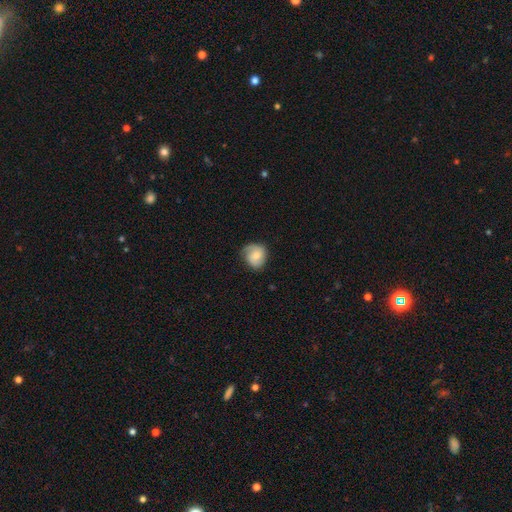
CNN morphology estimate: Smooth or featured: smooth — 58% (featured or disk — 35%)
How rounded: round — 72% (in between — 27%)
Merging: none — 62% (minor disturbance — 28%)